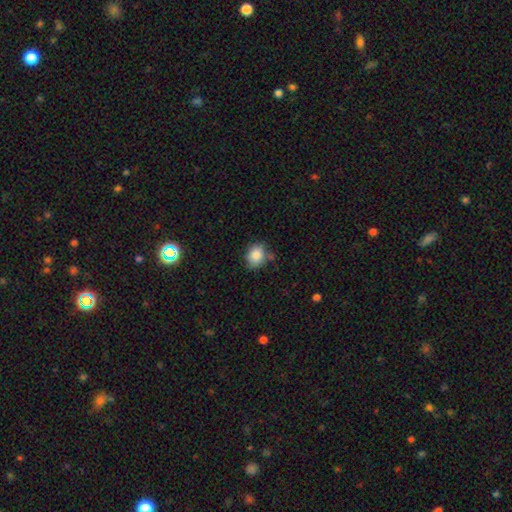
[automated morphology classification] Overall: smooth (86%). How rounded: in between (51%; round 48%). Merging: none (70%).